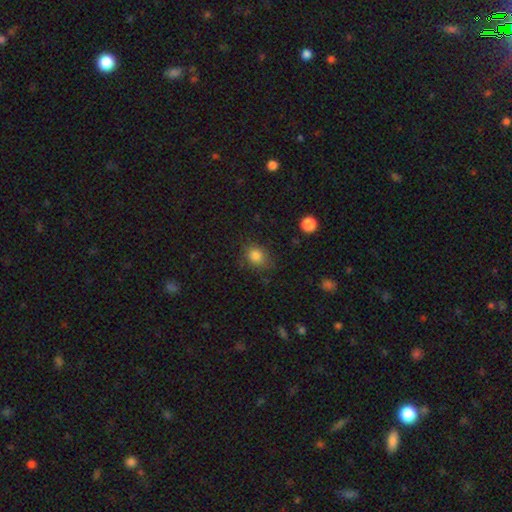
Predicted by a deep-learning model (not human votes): A smooth galaxy with no disk features (83%) that is round (54%). Merging: none (74%).